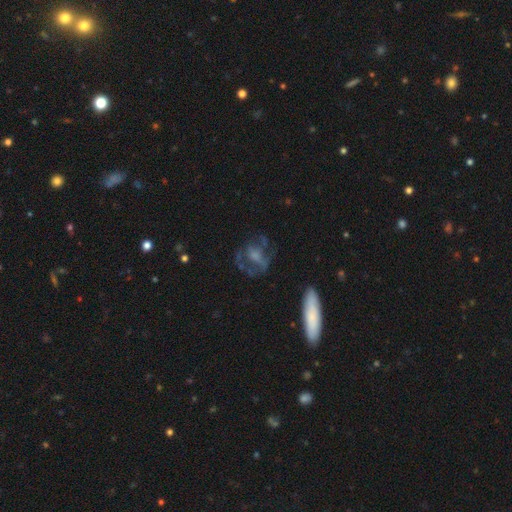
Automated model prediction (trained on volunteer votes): smooth-or-featured: featured or disk: 62% | smooth: 26% | star or artifact: 12%
  disk-edge-on: no: 95% | yes: 5%
    bar: no: 63% | weak: 26% | strong: 11%
    has-spiral-arms: no: 53% | yes: 47%
    bulge-size: none: 31% | moderate: 30% | small: 25% | large: 12% | dominant: 2%
  merging: none: 51% | major disturbance: 28% | minor disturbance: 17% | merger: 3%